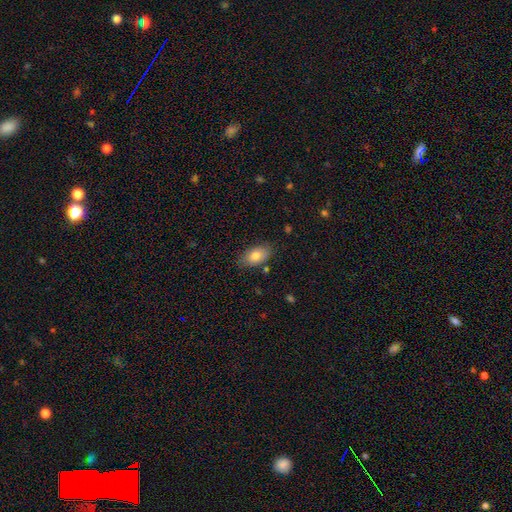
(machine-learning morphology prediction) Smooth or featured? Predicted: smooth (p=0.81). How rounded? Predicted: in between (p=0.92). Merging? Predicted: none (p=0.82).